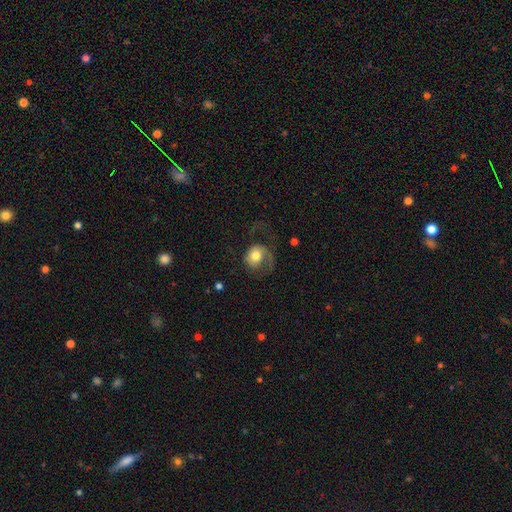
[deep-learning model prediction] Smooth or featured?
  - smooth: 53% *
  - featured or disk: 40%
  - star or artifact: 8%
How rounded?
  - round: 71% *
  - in between: 28%
  - cigar-shaped: 1%
Merging?
  - major disturbance: 44% *
  - none: 35%
  - minor disturbance: 18%
  - merger: 2%